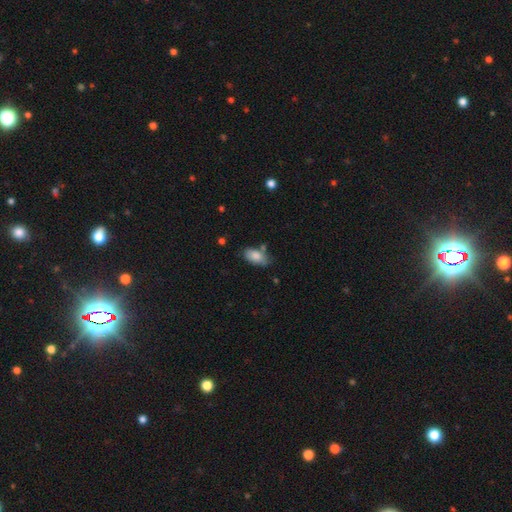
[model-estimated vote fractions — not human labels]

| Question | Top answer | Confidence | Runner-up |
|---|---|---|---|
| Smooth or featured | smooth | 83% | featured or disk (10%) |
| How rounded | in between | 93% | round (4%) |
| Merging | none | 63% | minor disturbance (23%) |